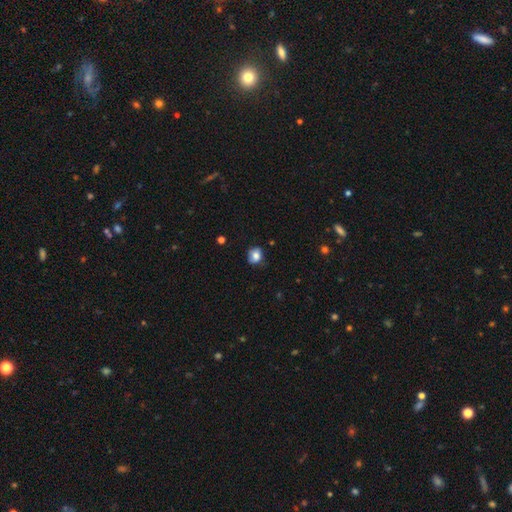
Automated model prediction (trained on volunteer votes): A smooth galaxy with no disk features (78%) that is round (63%).

Vote fractions:
- Smooth or featured? smooth: 78% / featured or disk: 12% / star or artifact: 10%
- How rounded? round: 63% / in between: 36% / cigar-shaped: 1%
- Merging? none: 70% / minor disturbance: 22% / major disturbance: 5% / merger: 2%